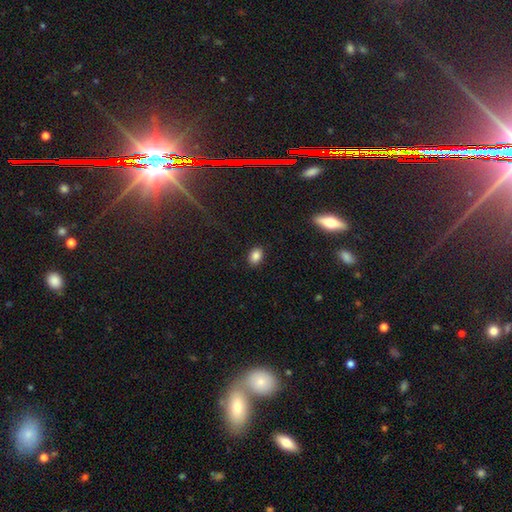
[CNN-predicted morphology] The model was most divided on "how rounded": in between: 77%, round: 22%, cigar-shaped: 1%. More confident: merging — none (88%); smooth or featured — smooth (86%).